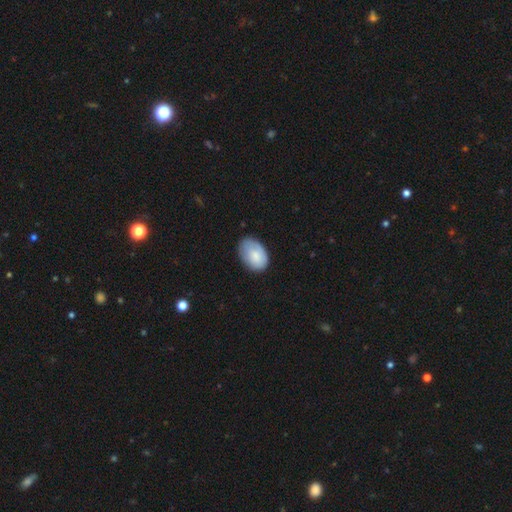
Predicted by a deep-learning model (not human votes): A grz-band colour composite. It shows a smooth galaxy with no disk features (80%) that is in between round and cigar-shaped (87%). Merging: none (70%).